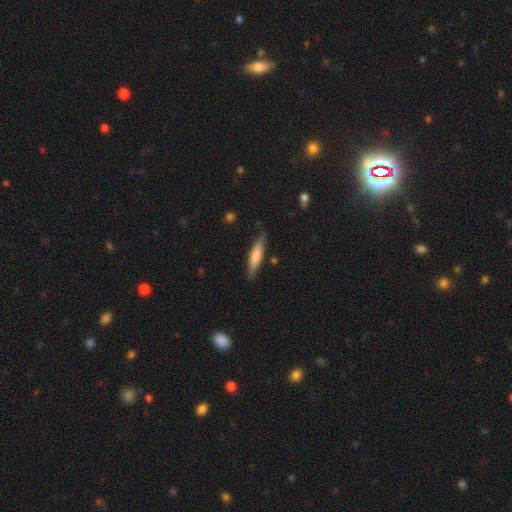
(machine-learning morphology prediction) smooth 65%, featured or disk 30%, star or artifact 6%. Down the decision tree: how rounded — cigar-shaped (85%); merging — none (85%).